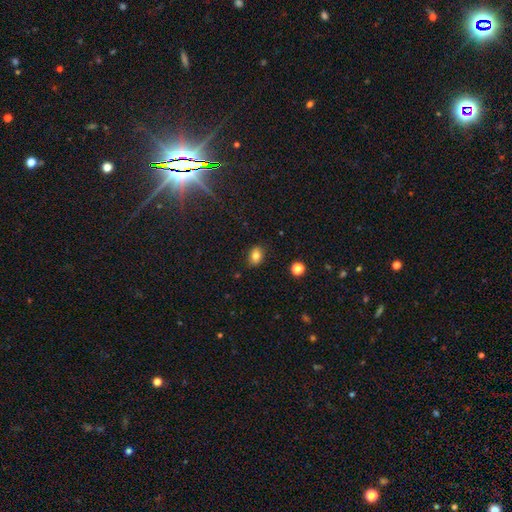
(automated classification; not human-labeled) Smooth or featured: smooth — 81% (star or artifact — 11%)
How rounded: in between — 65% (round — 34%)
Merging: none — 86% (minor disturbance — 11%)